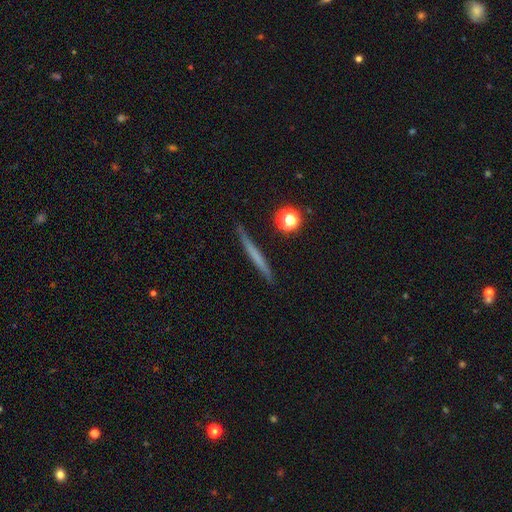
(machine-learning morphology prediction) This is possibly a smooth galaxy (51%). How rounded: clearly cigar-shaped (95%). Merging: clearly none (89%).